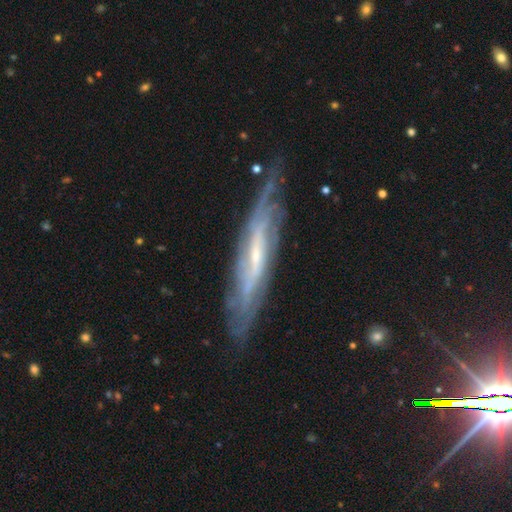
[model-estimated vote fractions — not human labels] A featured or disk galaxy (82%). Merging: none (72%).